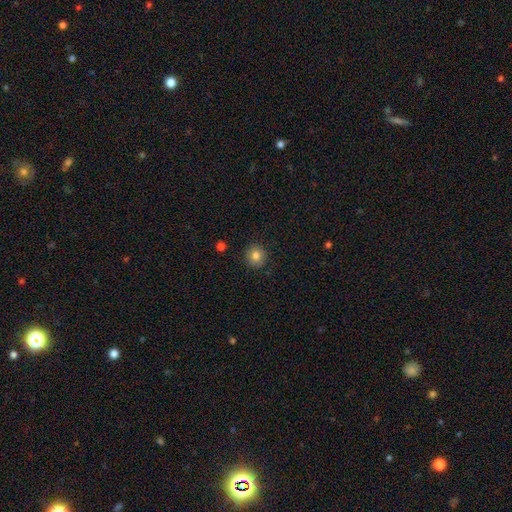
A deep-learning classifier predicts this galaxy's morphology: Q: Smooth or featured?
A: smooth (82%); runner-up: star or artifact (10%)
Q: How rounded?
A: round (90%); runner-up: in between (10%)
Q: Merging?
A: none (90%); runner-up: minor disturbance (7%)